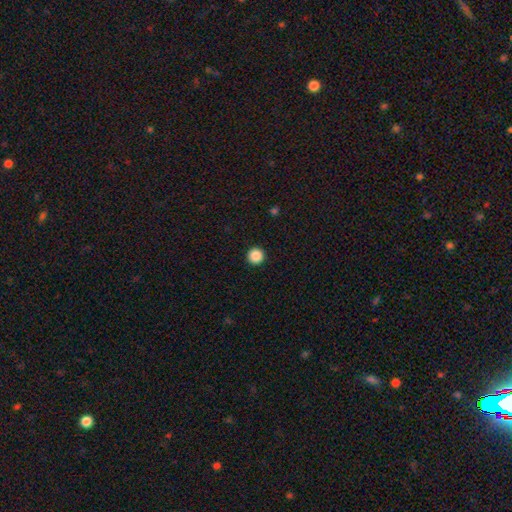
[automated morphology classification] type=smooth (88%); roundness=round (97%); merging=none (94%).